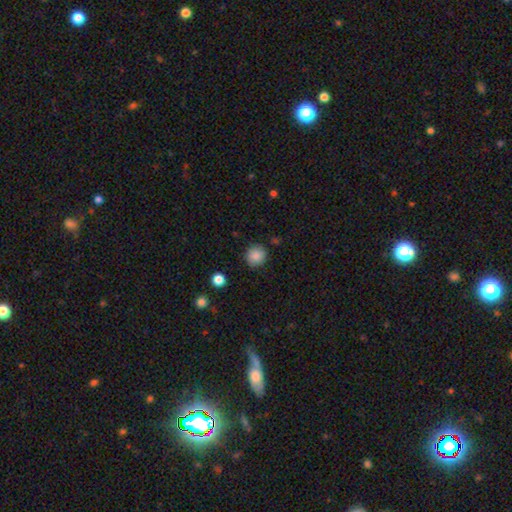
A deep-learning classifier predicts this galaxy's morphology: smooth-or-featured: smooth: 87% | star or artifact: 9% | featured or disk: 4%
  how-rounded: round: 90% | in between: 9% | cigar-shaped: 1%
  merging: none: 88% | minor disturbance: 8% | major disturbance: 2% | merger: 2%